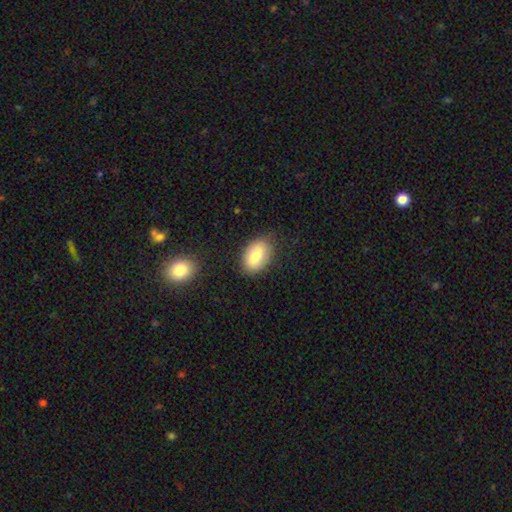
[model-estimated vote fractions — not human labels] smooth-or-featured: smooth: 79% | featured or disk: 14% | star or artifact: 8%
  how-rounded: in between: 89% | round: 9% | cigar-shaped: 2%
  merging: none: 81% | minor disturbance: 14% | major disturbance: 3% | merger: 2%